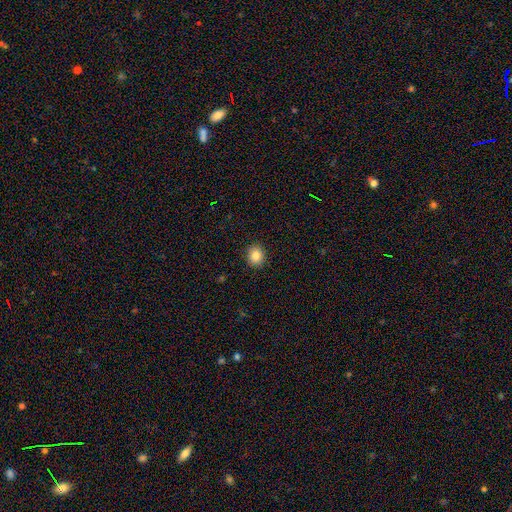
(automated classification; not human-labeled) smooth_or_featured: smooth (p=0.84) [alt: star or artifact p=0.10]
how_rounded: round (p=0.78) [alt: in between p=0.21]
merging: none (p=0.91) [alt: minor disturbance p=0.06]